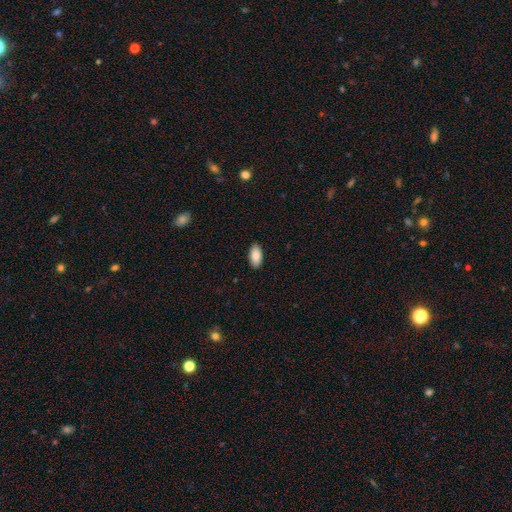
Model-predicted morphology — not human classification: Smooth or featured? smooth (88%)
How rounded? in between (93%)
Merging? none (89%)